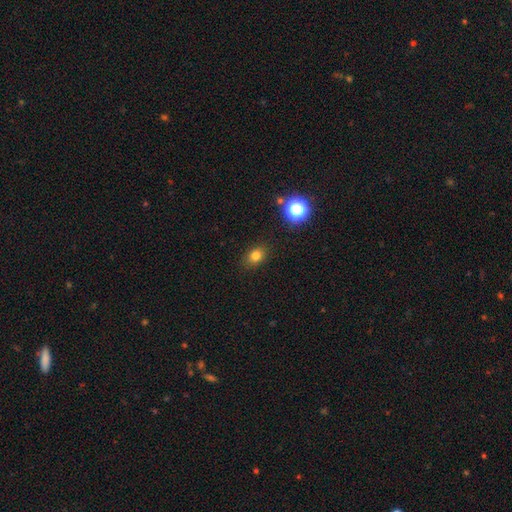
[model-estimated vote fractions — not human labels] smooth-or-featured: smooth: 77% | star or artifact: 15% | featured or disk: 7%
  how-rounded: in between: 60% | round: 38% | cigar-shaped: 1%
  merging: none: 85% | minor disturbance: 10% | major disturbance: 3% | merger: 1%